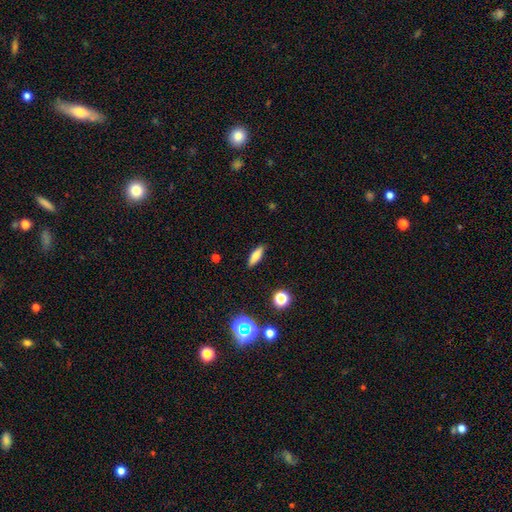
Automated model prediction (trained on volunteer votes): smooth-or-featured: smooth: 74% | featured or disk: 16% | star or artifact: 10%
  how-rounded: cigar-shaped: 49% | in between: 48% | round: 4%
  merging: none: 89% | minor disturbance: 8% | major disturbance: 2% | merger: 1%